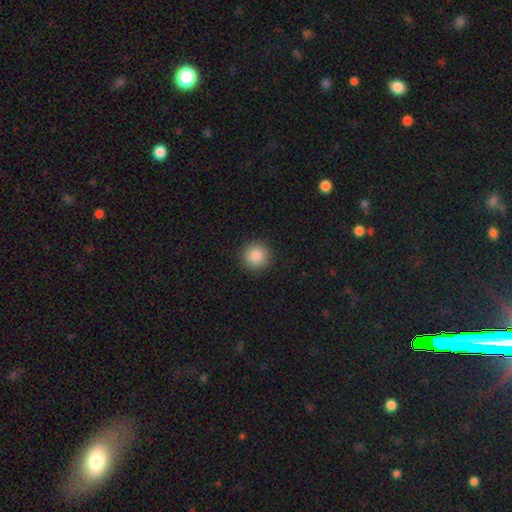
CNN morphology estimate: smooth_or_featured: smooth (p=0.88) [alt: star or artifact p=0.09]
how_rounded: round (p=0.95) [alt: in between p=0.04]
merging: none (p=0.92) [alt: minor disturbance p=0.05]